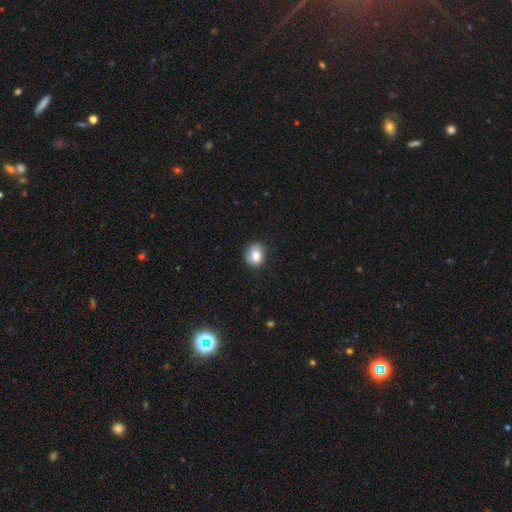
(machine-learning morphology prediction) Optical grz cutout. It shows a smooth galaxy with no disk features (81%) that is round (65%). Merging: none (75%).